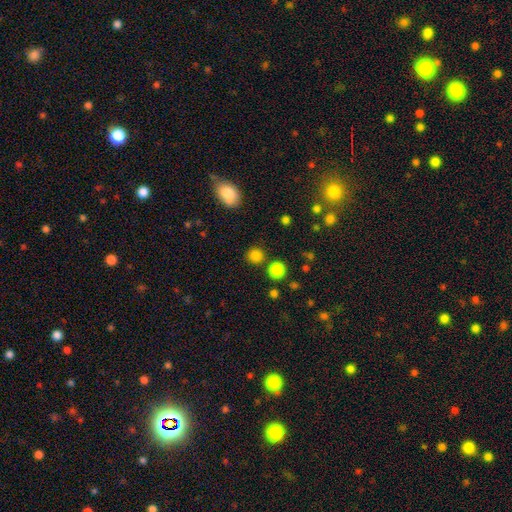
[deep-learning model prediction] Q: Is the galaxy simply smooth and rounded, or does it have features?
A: smooth — 84%.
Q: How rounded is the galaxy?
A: round — 90%.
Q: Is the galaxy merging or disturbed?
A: none — 84%.